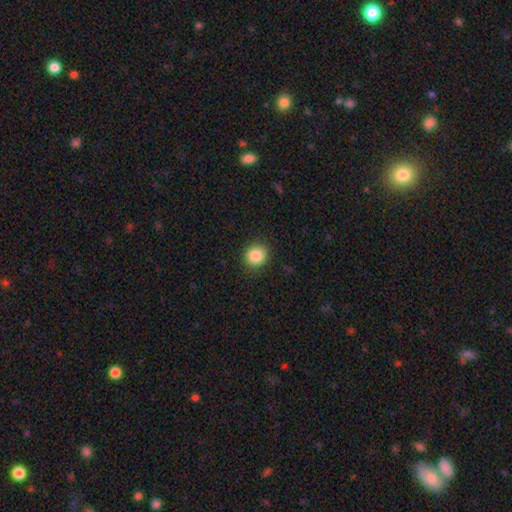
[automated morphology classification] Q: Smooth or featured?
A: smooth (86%); runner-up: star or artifact (10%)
Q: How rounded?
A: round (85%); runner-up: in between (14%)
Q: Merging?
A: none (89%); runner-up: minor disturbance (8%)